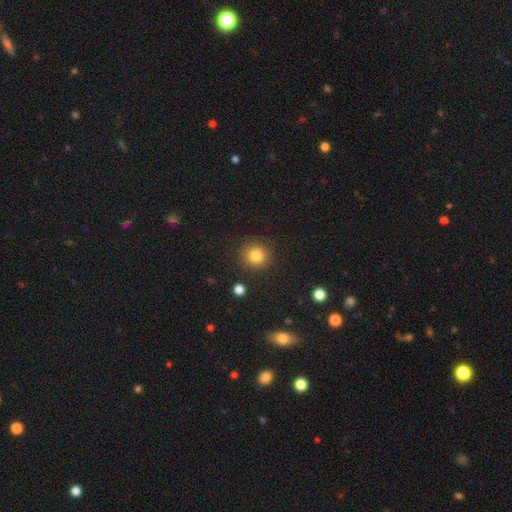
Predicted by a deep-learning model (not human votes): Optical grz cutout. It shows a smooth galaxy with no disk features (83%) that is round (93%). Merging: none (90%).